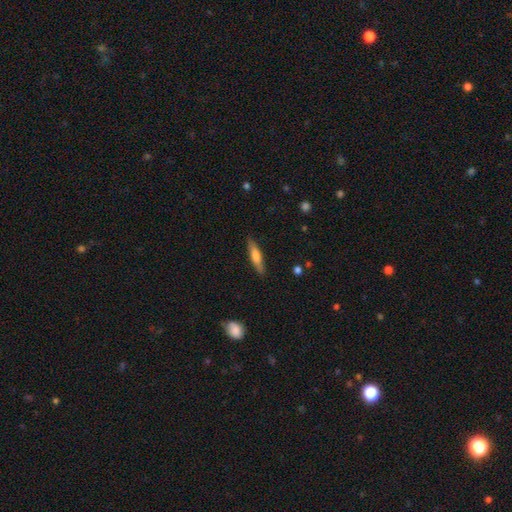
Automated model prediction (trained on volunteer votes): Overall: smooth (62%; featured or disk 32%). How rounded: cigar-shaped (80%). Merging: none (87%).